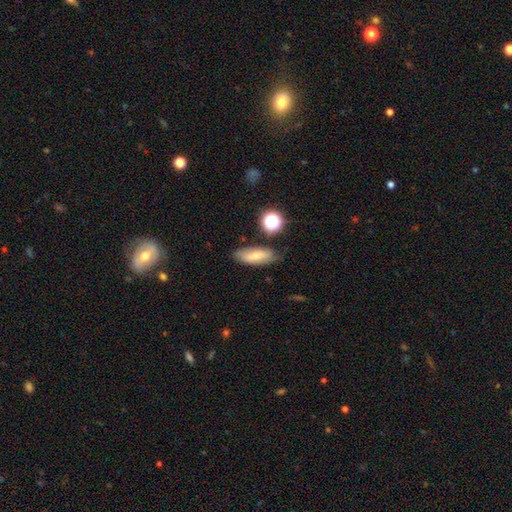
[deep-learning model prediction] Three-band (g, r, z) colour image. It shows a smooth galaxy with no disk features (67%) that is in between round and cigar-shaped (70%). Merging: none (73%).